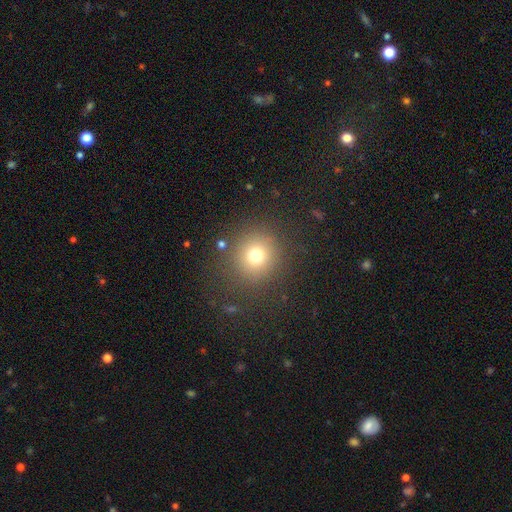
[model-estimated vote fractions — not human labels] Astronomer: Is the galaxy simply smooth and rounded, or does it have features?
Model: smooth — 74%.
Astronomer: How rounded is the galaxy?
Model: round — 92%.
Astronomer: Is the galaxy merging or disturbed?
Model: none — 85%.